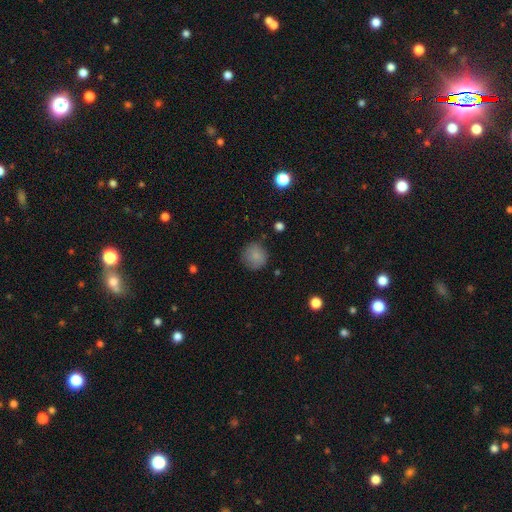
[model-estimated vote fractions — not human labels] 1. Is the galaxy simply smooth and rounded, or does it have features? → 84% smooth, 9% star or artifact, 7% featured or disk.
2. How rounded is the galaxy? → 91% round, 8% in between, 1% cigar-shaped.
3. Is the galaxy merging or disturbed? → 81% none, 14% minor disturbance, 4% major disturbance, 2% merger.